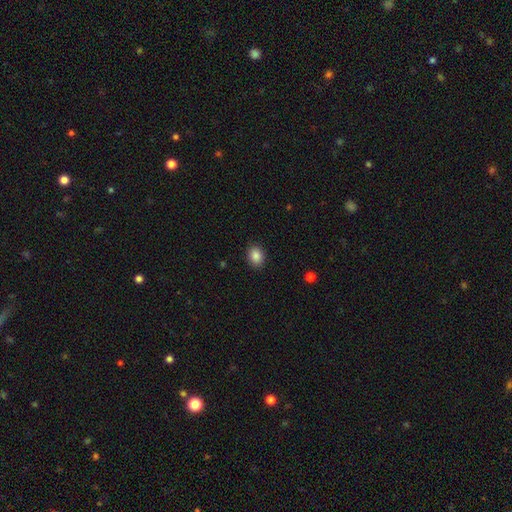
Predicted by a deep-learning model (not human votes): This appears to be a smooth galaxy with no disk features (87%) that is in between round and cigar-shaped (55%). Merging: none (89%).